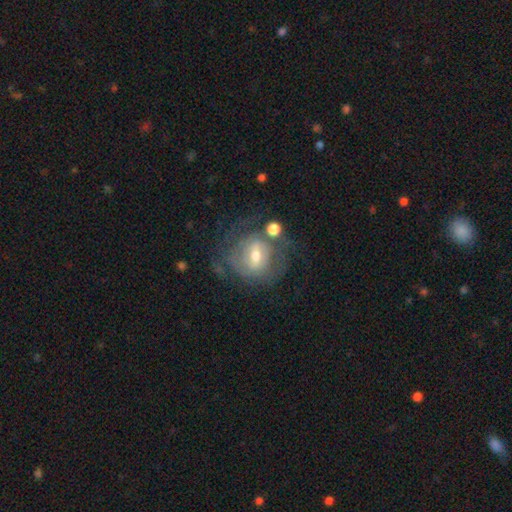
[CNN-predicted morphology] Smooth or featured? Predicted: featured or disk (p=0.70). Edge-on disk? Predicted: no (p=0.96). Bar? Predicted: weak (p=0.52). Spiral arms? Predicted: yes (p=0.74). Bulge size? Predicted: moderate (p=0.63). Merging? Predicted: none (p=0.51).